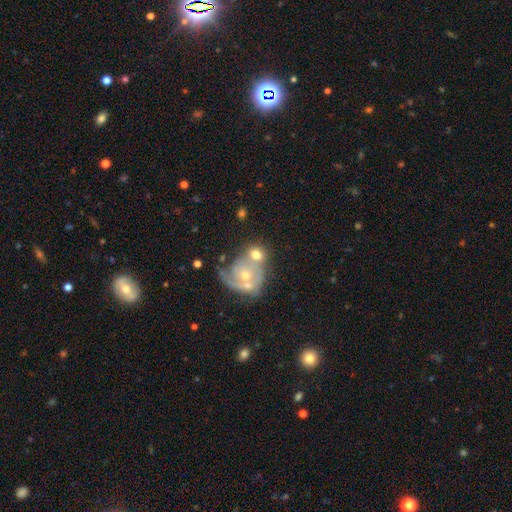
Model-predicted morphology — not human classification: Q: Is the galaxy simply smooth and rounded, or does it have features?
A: featured or disk — 61%.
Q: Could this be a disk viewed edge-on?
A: no — 97%.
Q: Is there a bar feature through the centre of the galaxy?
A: no — 75%.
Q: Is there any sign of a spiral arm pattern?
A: yes — 76%.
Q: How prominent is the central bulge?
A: moderate — 47%.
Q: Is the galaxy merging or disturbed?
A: merger — 49%.